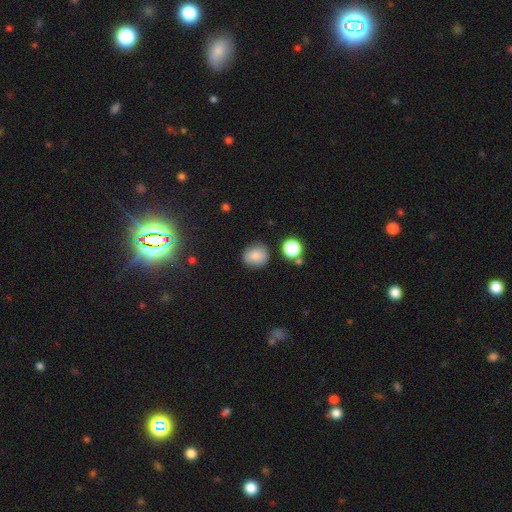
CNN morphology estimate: smooth-or-featured: smooth: 82% | star or artifact: 11% | featured or disk: 8%
  how-rounded: round: 74% | in between: 25% | cigar-shaped: 1%
  merging: none: 80% | minor disturbance: 13% | major disturbance: 3% | merger: 3%